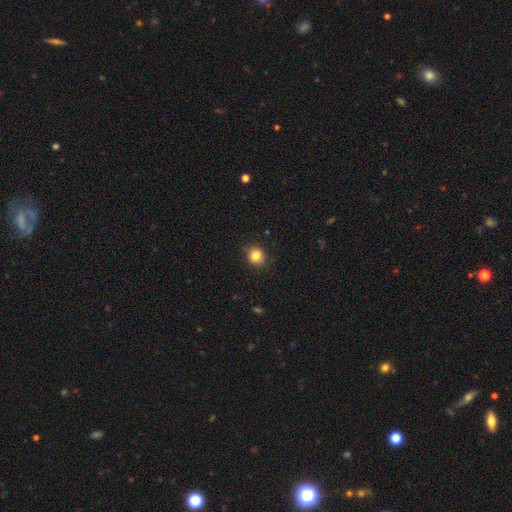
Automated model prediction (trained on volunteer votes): This appears to be a smooth galaxy with no disk features (83%) that is round (78%). Merging: none (87%).